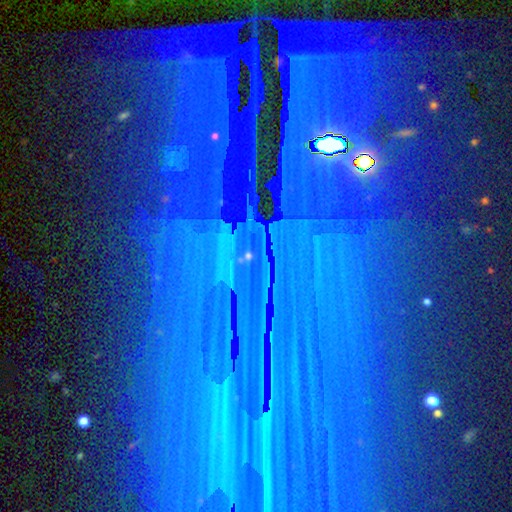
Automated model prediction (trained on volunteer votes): Smooth or featured: star or artifact — 82% (smooth — 9%)